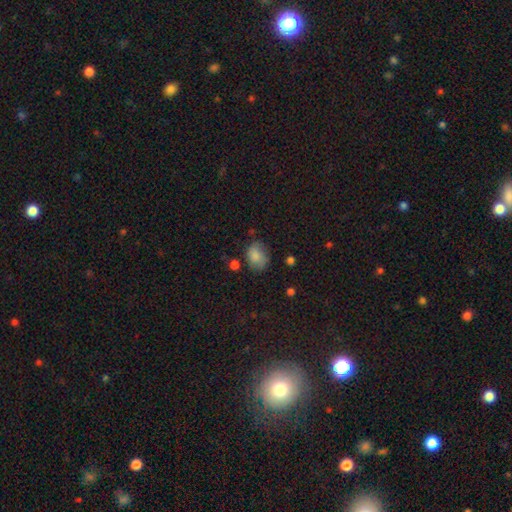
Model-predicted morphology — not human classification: The model was most divided on "merging": none: 58%, minor disturbance: 28%, major disturbance: 10%, merger: 4%. More confident: smooth or featured — smooth (81%); how rounded — in between (65%).